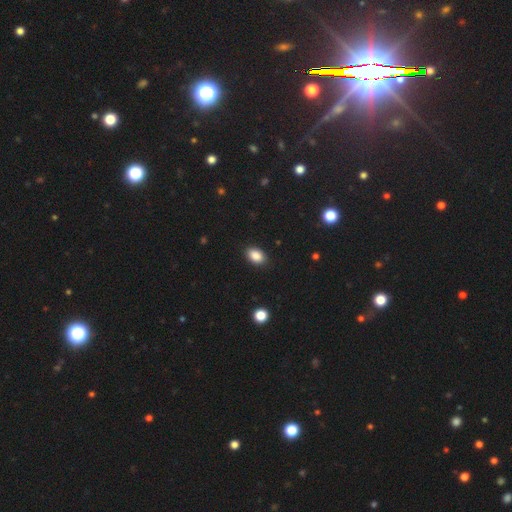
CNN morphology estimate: Smooth or featured? smooth (88%)
How rounded? in between (86%)
Merging? none (89%)